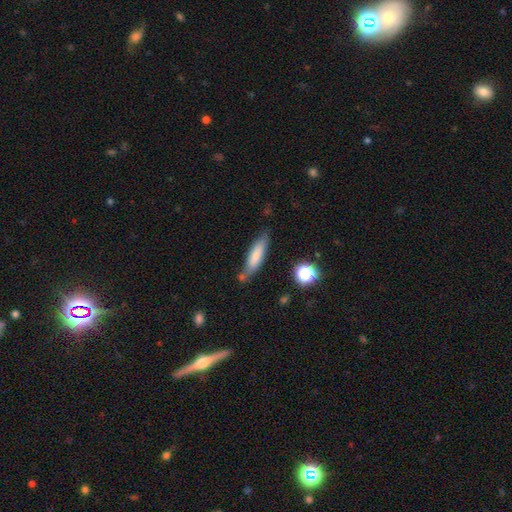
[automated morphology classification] A smooth galaxy with no disk features (76%) that is cigar-shaped (71%). Merging: none (69%).